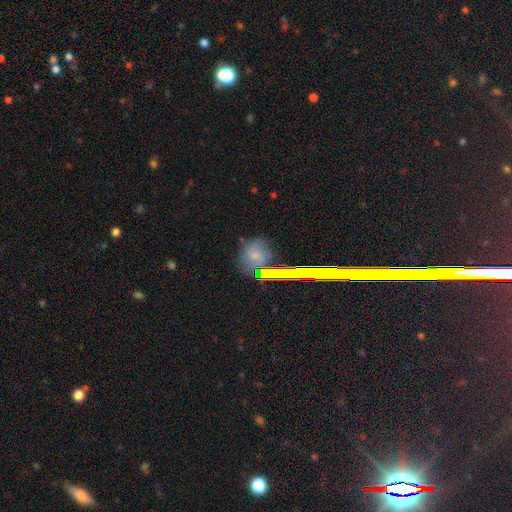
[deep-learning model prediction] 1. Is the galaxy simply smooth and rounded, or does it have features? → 51% smooth, 27% featured or disk, 21% star or artifact.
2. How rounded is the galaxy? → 61% round, 37% in between, 3% cigar-shaped.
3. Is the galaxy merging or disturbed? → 65% none, 21% minor disturbance, 8% major disturbance, 6% merger.